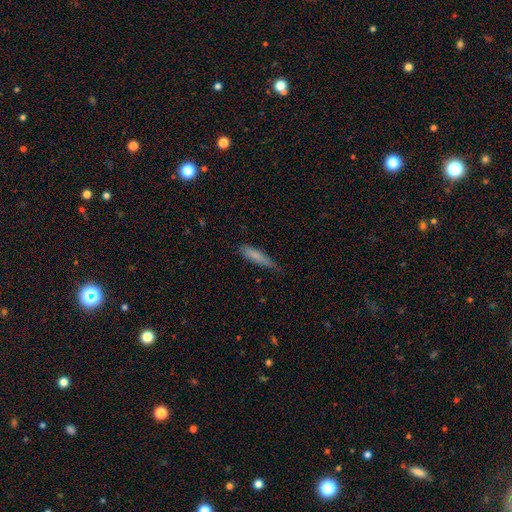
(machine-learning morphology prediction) Smooth or featured: smooth — 78% (featured or disk — 15%)
How rounded: cigar-shaped — 80% (in between — 19%)
Merging: none — 61% (minor disturbance — 31%)